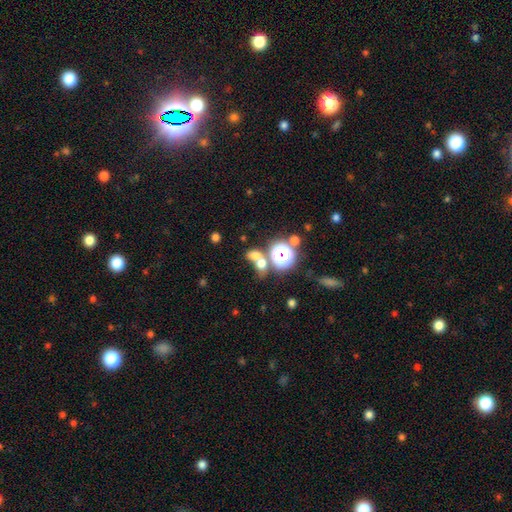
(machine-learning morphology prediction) smooth-or-featured: smooth: 60% | star or artifact: 29% | featured or disk: 11%
  how-rounded: round: 57% | in between: 41% | cigar-shaped: 2%
  merging: none: 47% | merger: 36% | minor disturbance: 10% | major disturbance: 7%